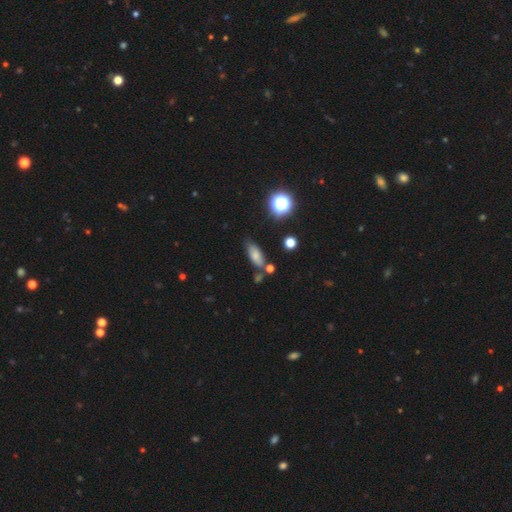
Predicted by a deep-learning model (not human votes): smooth_or_featured: smooth (p=0.72) [alt: featured or disk p=0.14]
how_rounded: in between (p=0.74) [alt: cigar-shaped p=0.19]
merging: none (p=0.65) [alt: minor disturbance p=0.19]